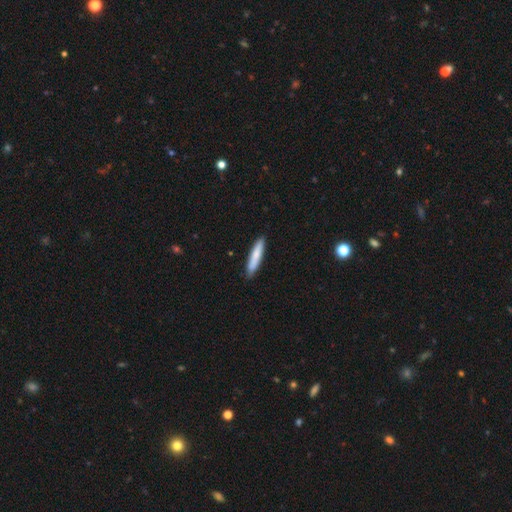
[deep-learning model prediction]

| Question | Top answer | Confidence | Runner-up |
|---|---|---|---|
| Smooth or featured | smooth | 78% | featured or disk (17%) |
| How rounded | cigar-shaped | 88% | in between (11%) |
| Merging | none | 89% | minor disturbance (9%) |